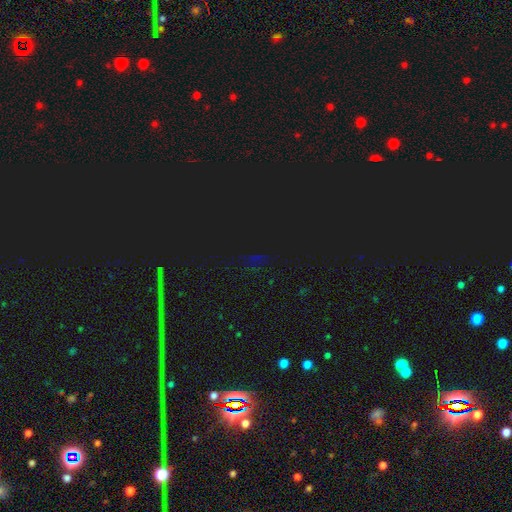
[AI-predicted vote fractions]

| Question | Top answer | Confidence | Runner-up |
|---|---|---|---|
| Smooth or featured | star or artifact | 80% | smooth (13%) |